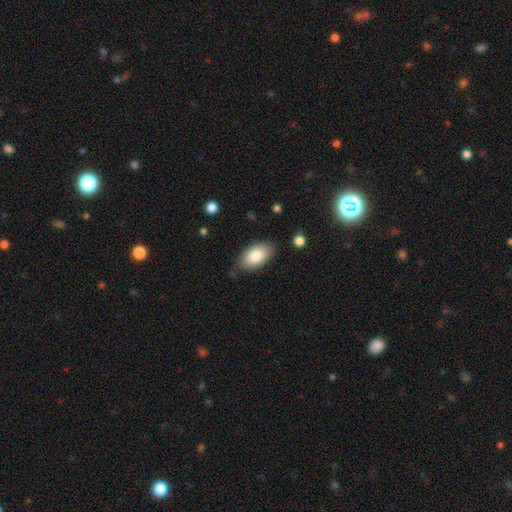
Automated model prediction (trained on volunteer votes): Smooth or featured?
  - smooth: 84% *
  - featured or disk: 10%
  - star or artifact: 6%
How rounded?
  - in between: 95% *
  - round: 3%
  - cigar-shaped: 2%
Merging?
  - none: 81% *
  - minor disturbance: 14%
  - major disturbance: 3%
  - merger: 2%